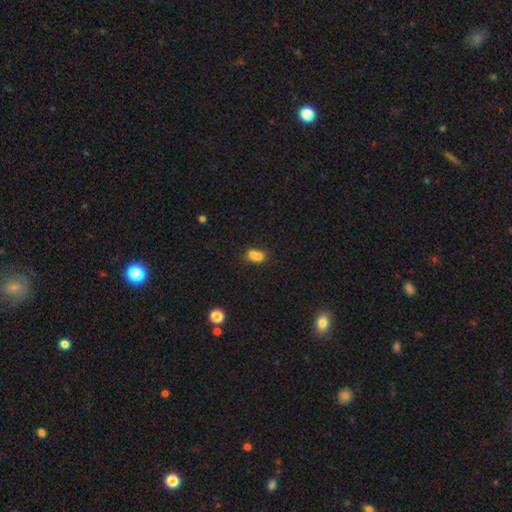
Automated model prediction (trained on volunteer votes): This is likely a smooth galaxy (69%). How rounded: possibly round (54%). Merging: likely merger (62%).